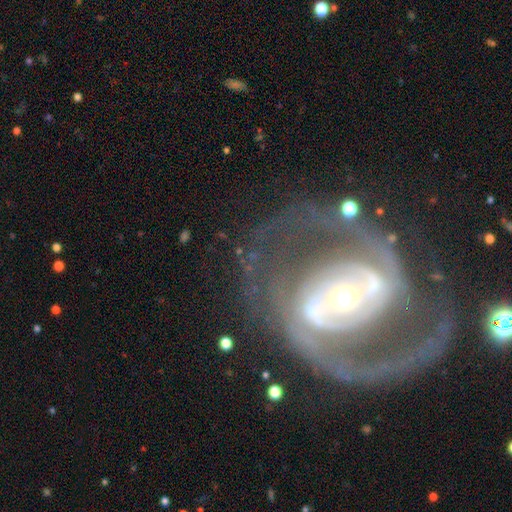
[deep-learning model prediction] Smooth or featured? featured or disk (88%)
Edge-on disk? no (97%)
Bar? no (43%)
Spiral arms? yes (93%)
Spiral winding? medium (49%)
Spiral arm count? 2 (78%)
Bulge size? small (53%)
Merging? none (58%)